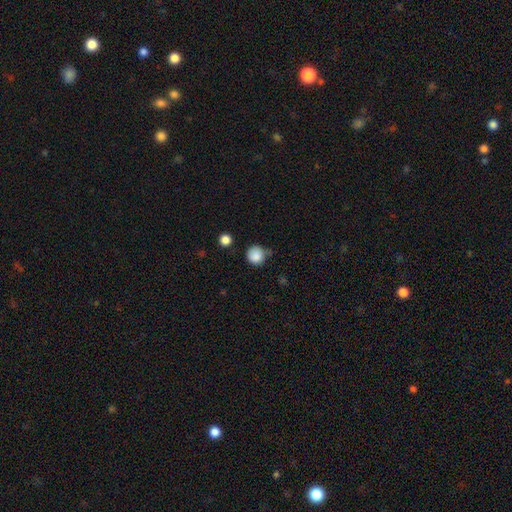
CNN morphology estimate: This appears to be a smooth galaxy with no disk features (86%) that is round (91%). Merging: none (66%).